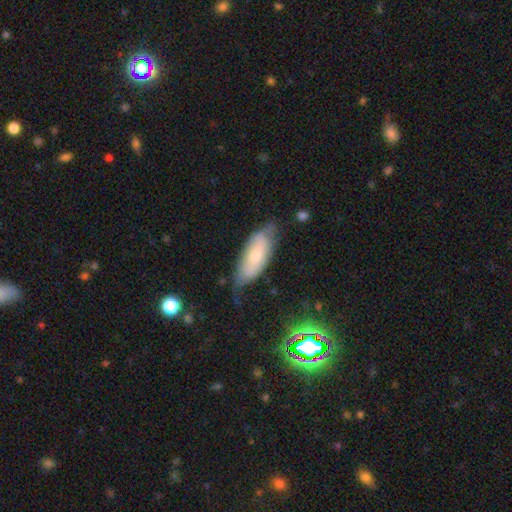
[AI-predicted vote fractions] This is possibly a smooth galaxy (60%). How rounded: likely in between (76%). Merging: possibly none (53%).